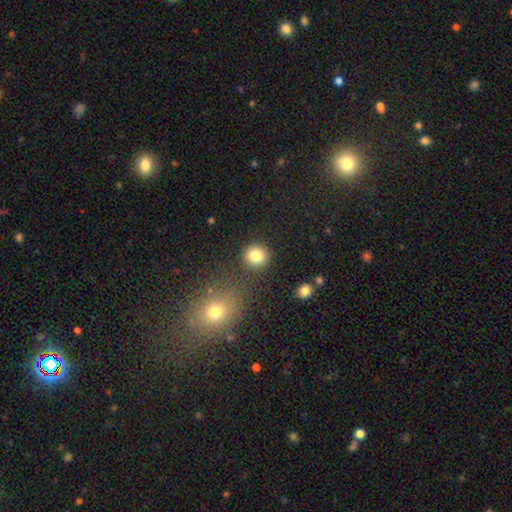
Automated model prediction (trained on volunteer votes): Smooth or featured? smooth (84%)
How rounded? round (88%)
Merging? none (85%)